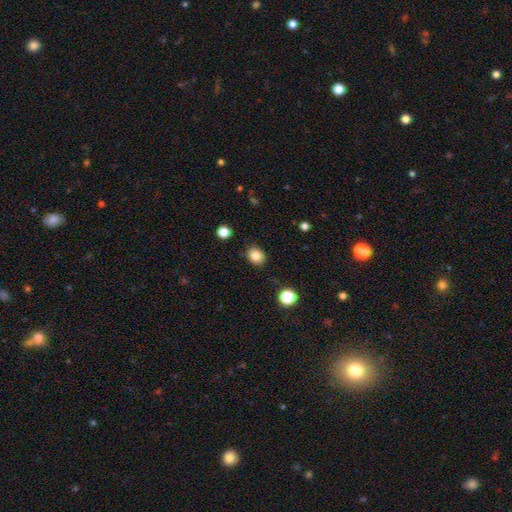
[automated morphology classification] smooth 83%, star or artifact 11%, featured or disk 6%. Down the decision tree: how rounded — round (60%); merging — none (87%).